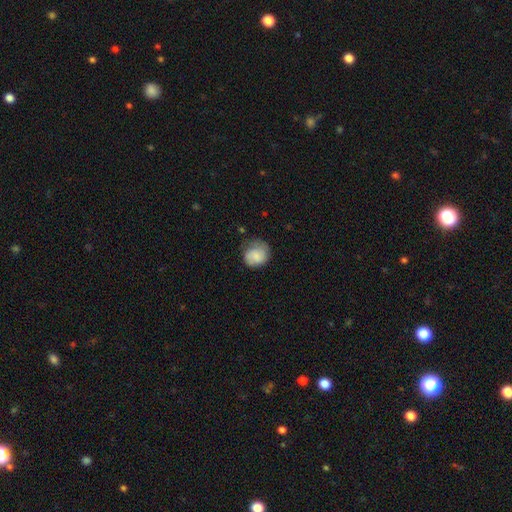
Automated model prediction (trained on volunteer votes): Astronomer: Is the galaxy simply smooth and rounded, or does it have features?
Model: smooth — 73%.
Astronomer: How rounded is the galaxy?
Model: round — 76%.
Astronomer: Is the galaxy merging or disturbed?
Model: none — 58%.